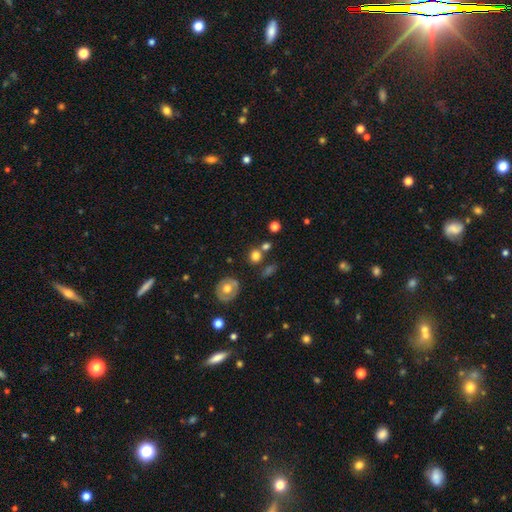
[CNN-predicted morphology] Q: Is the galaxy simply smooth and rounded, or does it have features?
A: smooth — 75%.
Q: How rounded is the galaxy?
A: round — 83%.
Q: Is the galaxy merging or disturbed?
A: none — 70%.